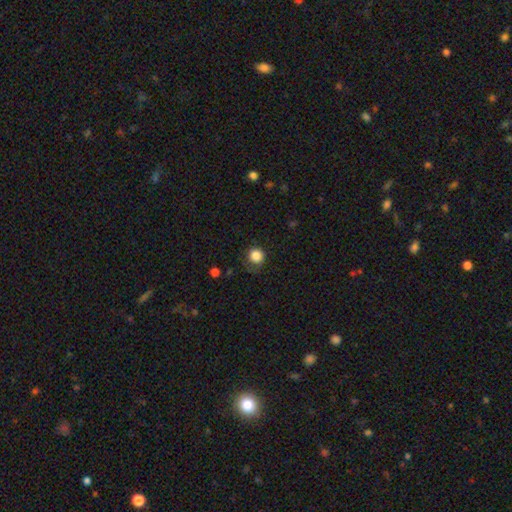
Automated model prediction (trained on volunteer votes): Smooth or featured? Predicted: smooth (p=0.85). How rounded? Predicted: round (p=0.89). Merging? Predicted: none (p=0.68).